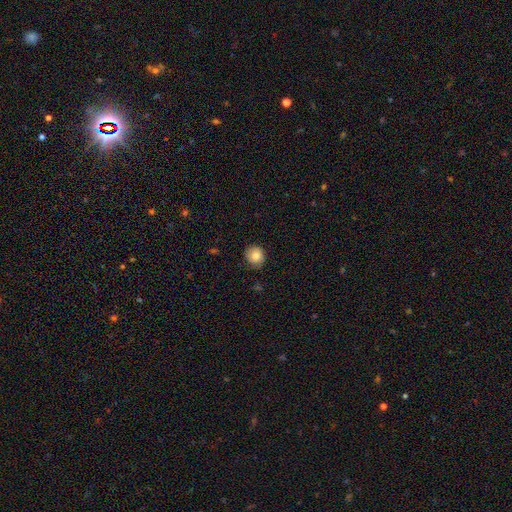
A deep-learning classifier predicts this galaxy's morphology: Smooth or featured? Predicted: smooth (p=0.85). How rounded? Predicted: round (p=0.87). Merging? Predicted: none (p=0.80).